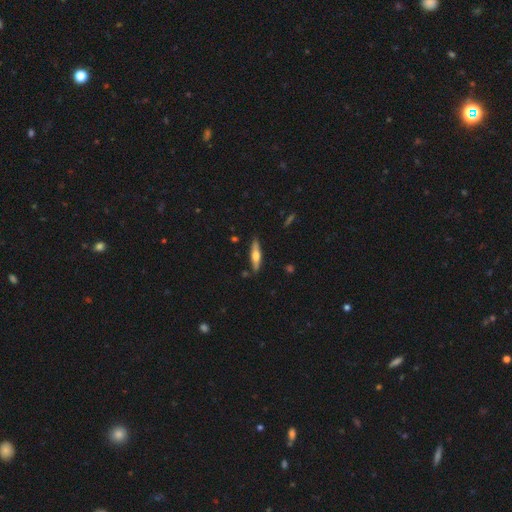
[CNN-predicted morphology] Overall: featured or disk (49%; smooth 45%). Merging: none (84%).